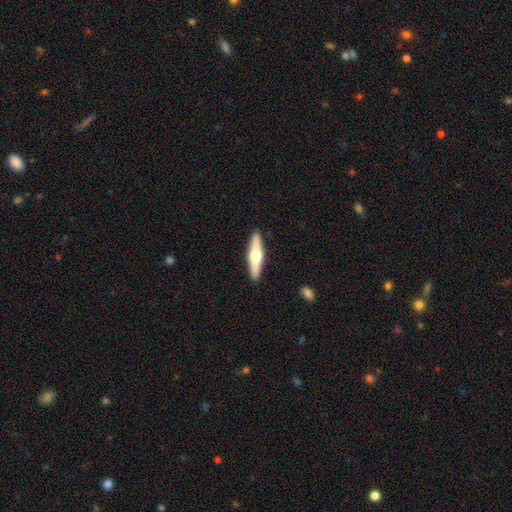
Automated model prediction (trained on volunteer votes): Smooth or featured: featured or disk — 56% (smooth — 39%)
Edge-on disk: yes — 96% (no — 4%)
Edge-on bulge: rounded — 91% (boxy — 6%)
Merging: none — 91% (minor disturbance — 7%)